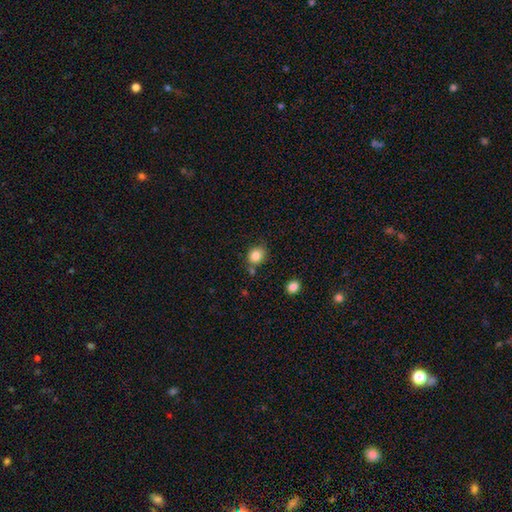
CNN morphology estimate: Smooth or featured? smooth (85%)
How rounded? round (65%)
Merging? none (73%)